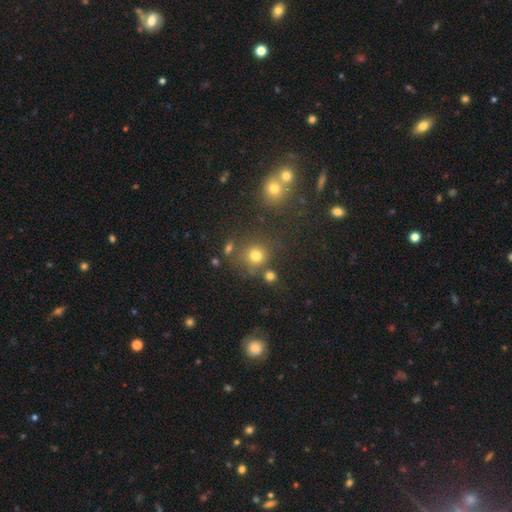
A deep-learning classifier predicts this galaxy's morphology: type=smooth (74%); roundness=round (88%); merging=none (71%).